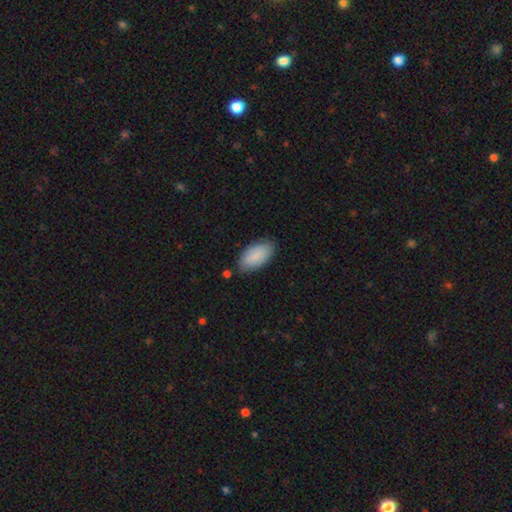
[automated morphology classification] smooth-or-featured: smooth: 87% | featured or disk: 7% | star or artifact: 6%
  how-rounded: in between: 94% | cigar-shaped: 4% | round: 2%
  merging: none: 81% | minor disturbance: 14% | major disturbance: 3% | merger: 2%